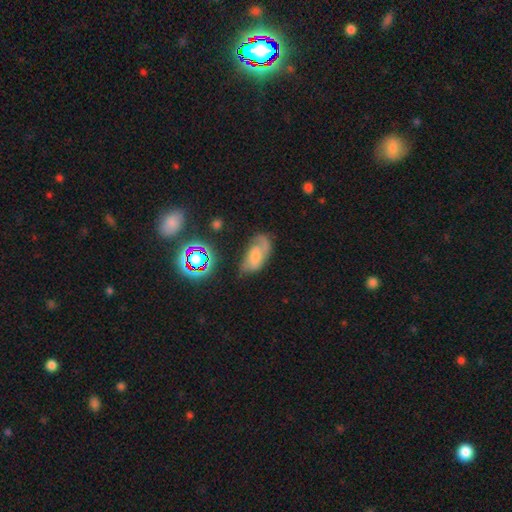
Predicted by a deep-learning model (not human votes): Overall: featured or disk (48%; smooth 39%). Merging: none (48%; minor disturbance 30%).